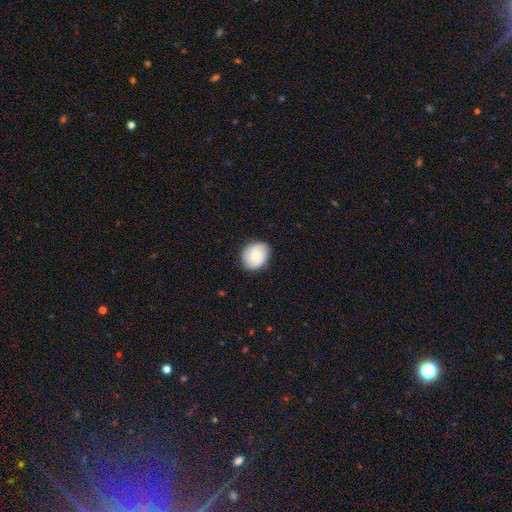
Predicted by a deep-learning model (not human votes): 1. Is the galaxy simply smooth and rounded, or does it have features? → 60% smooth, 32% featured or disk, 7% star or artifact.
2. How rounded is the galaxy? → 64% round, 36% in between, 1% cigar-shaped.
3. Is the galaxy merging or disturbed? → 82% none, 14% minor disturbance, 3% major disturbance, 1% merger.